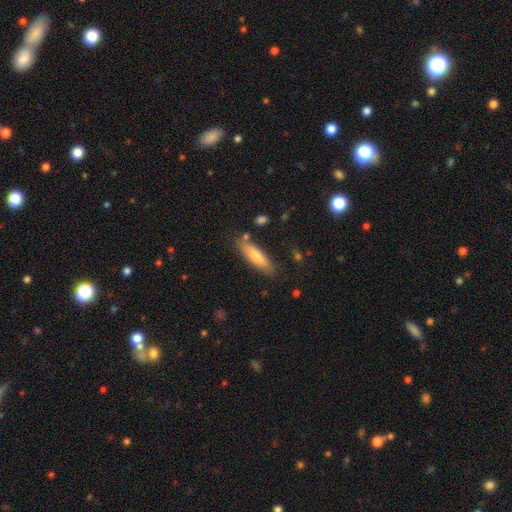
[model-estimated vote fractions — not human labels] Overall: smooth (65%; featured or disk 28%). How rounded: cigar-shaped (65%; in between 33%). Merging: none (81%).